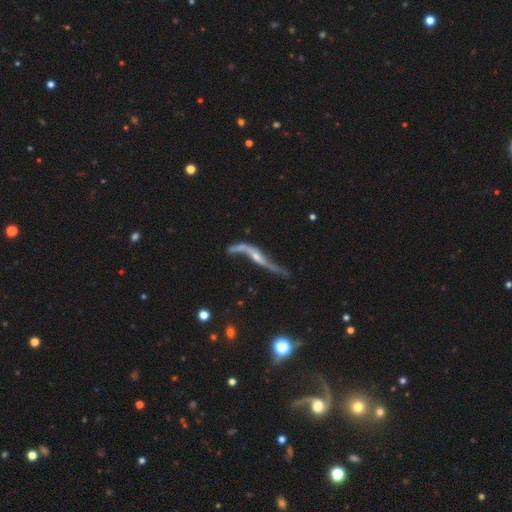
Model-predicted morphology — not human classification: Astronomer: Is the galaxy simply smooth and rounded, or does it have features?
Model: featured or disk — 81%.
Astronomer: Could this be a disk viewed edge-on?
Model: no — 54% (runner-up: yes, 46%).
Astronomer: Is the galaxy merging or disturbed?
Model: none — 38% (runner-up: major disturbance, 26%).